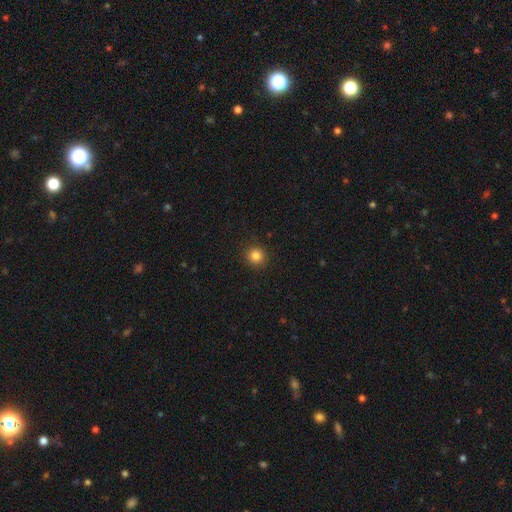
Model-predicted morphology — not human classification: type=smooth (84%); roundness=round (93%); merging=none (91%).